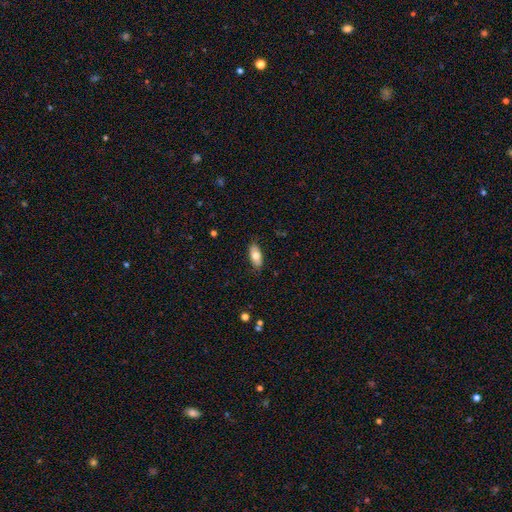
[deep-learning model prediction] A smooth galaxy with no disk features (73%) that is in between round and cigar-shaped (86%). Merging: none (84%).